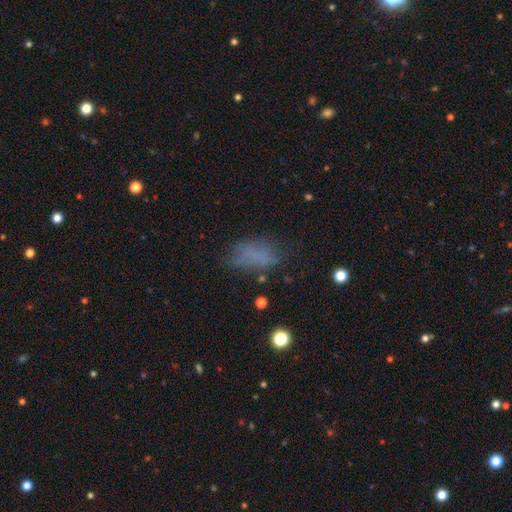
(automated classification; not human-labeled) smooth 62%, featured or disk 20%, star or artifact 18%. Down the decision tree: how rounded — in between (86%); merging — none (54%).